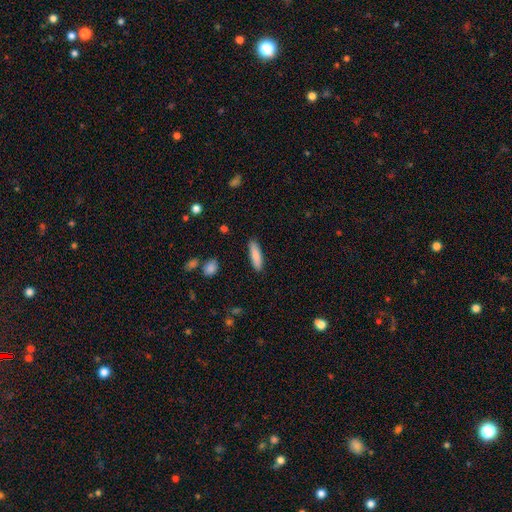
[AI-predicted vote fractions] Overall: smooth (85%). How rounded: cigar-shaped (64%; in between 34%). Merging: none (88%).